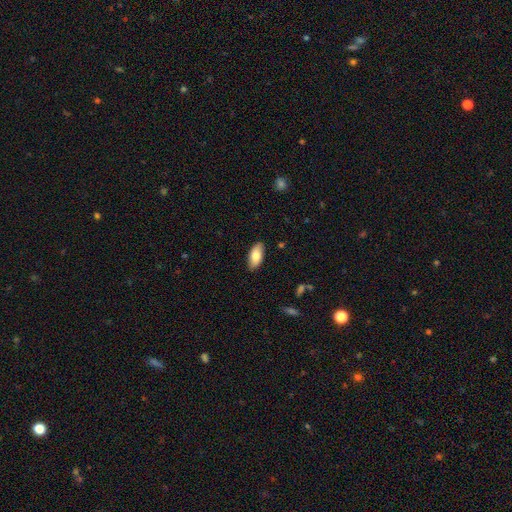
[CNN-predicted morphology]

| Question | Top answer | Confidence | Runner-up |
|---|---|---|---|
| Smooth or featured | smooth | 79% | featured or disk (15%) |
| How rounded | in between | 90% | cigar-shaped (8%) |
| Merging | none | 88% | minor disturbance (9%) |